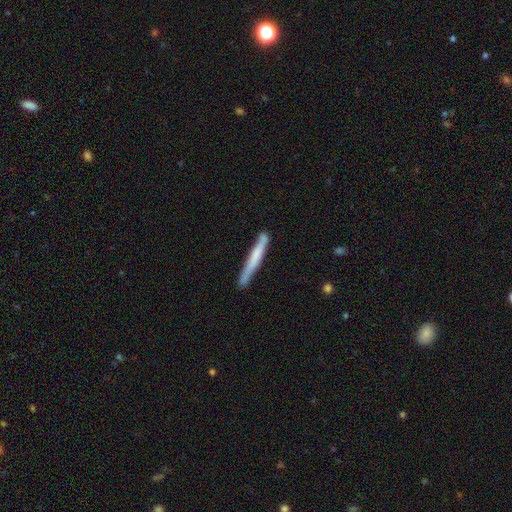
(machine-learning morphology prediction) This is possibly a smooth galaxy (57%). How rounded: clearly cigar-shaped (96%). Merging: likely none (78%).